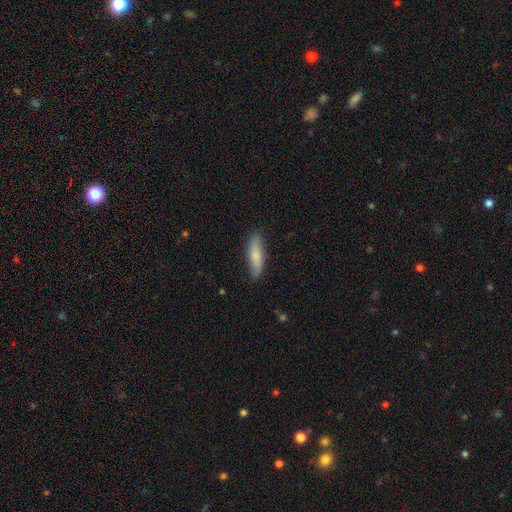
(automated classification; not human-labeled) Morphology: type=smooth (75%); roundness=cigar-shaped (64%); merging=none (82%).